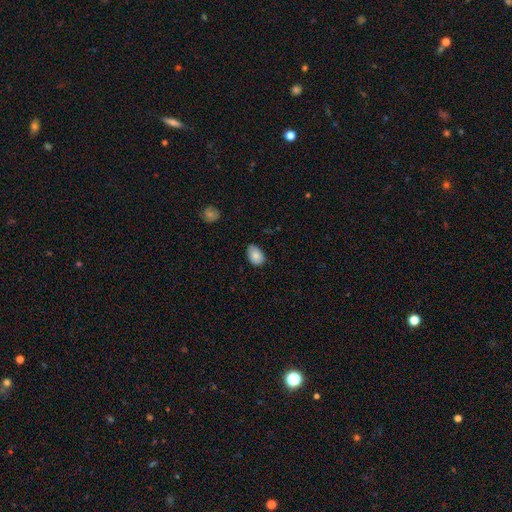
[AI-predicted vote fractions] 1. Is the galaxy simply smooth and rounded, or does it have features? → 82% smooth, 10% featured or disk, 8% star or artifact.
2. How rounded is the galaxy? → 85% in between, 14% round, 1% cigar-shaped.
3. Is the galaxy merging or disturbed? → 70% none, 25% minor disturbance, 3% major disturbance, 1% merger.